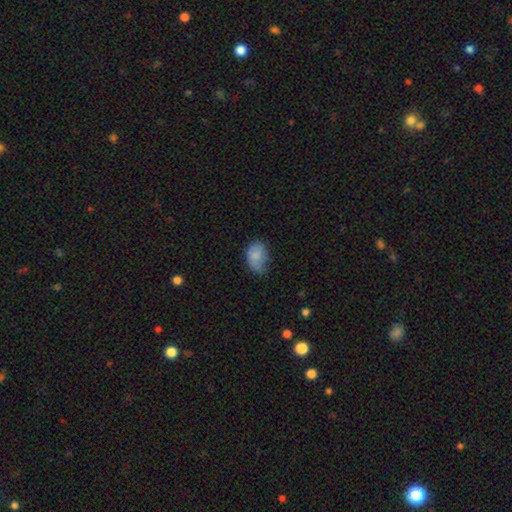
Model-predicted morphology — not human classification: Q: Smooth or featured?
A: smooth (78%); runner-up: featured or disk (14%)
Q: How rounded?
A: in between (84%); runner-up: round (15%)
Q: Merging?
A: none (46%); runner-up: minor disturbance (38%)